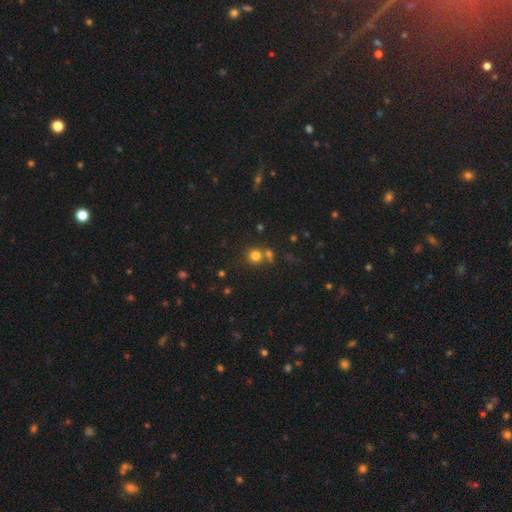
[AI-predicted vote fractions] This appears to be a smooth galaxy with no disk features (77%) that is round (89%). Merging: none (64%).